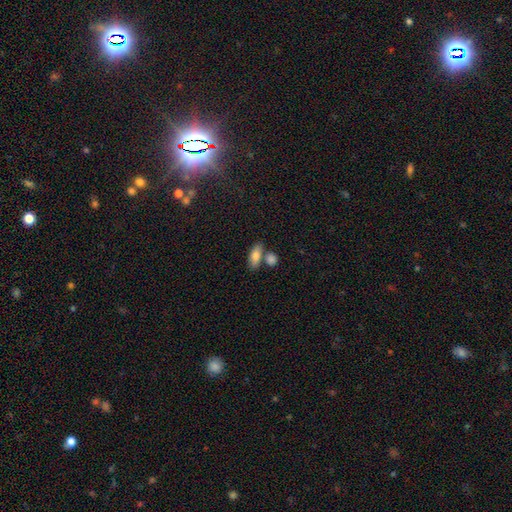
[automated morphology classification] smooth 80%, featured or disk 13%, star or artifact 7%. Down the decision tree: how rounded — in between (77%); merging — none (59%).